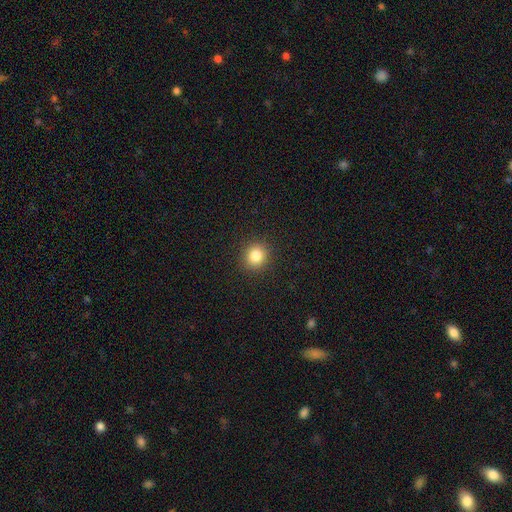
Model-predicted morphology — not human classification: A smooth galaxy with no disk features (83%) that is round (87%). Merging: none (91%).